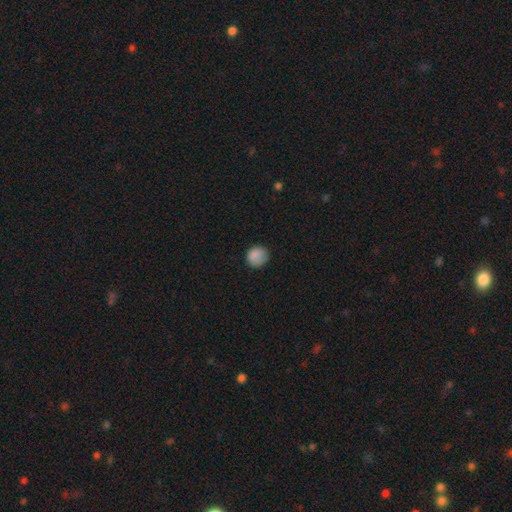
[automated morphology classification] Overall: smooth (87%). How rounded: round (84%). Merging: none (79%).